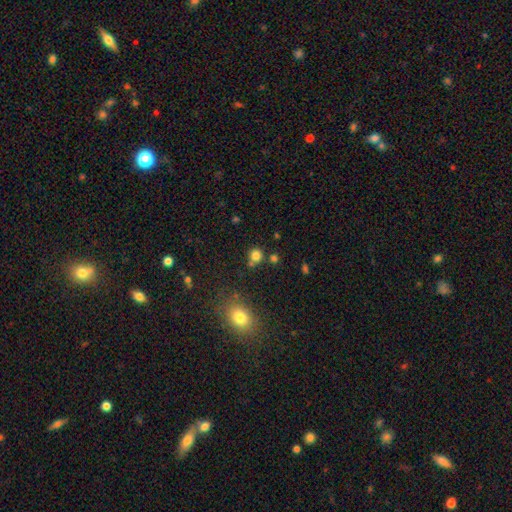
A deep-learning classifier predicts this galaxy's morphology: smooth_or_featured: smooth (p=0.79) [alt: star or artifact p=0.15]
how_rounded: round (p=0.86) [alt: in between p=0.13]
merging: none (p=0.72) [alt: merger p=0.14]